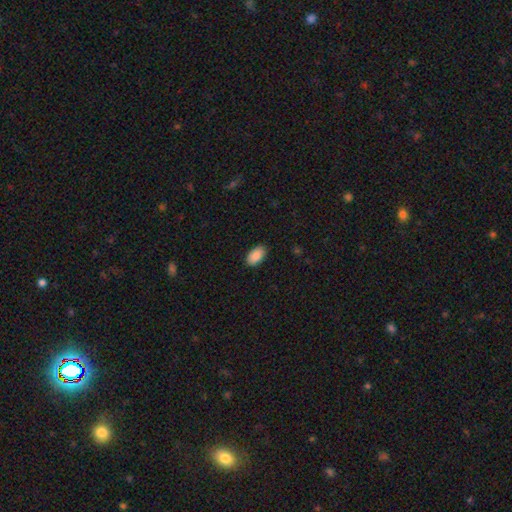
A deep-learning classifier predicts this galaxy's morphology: Smooth or featured? smooth (90%)
How rounded? in between (95%)
Merging? none (88%)